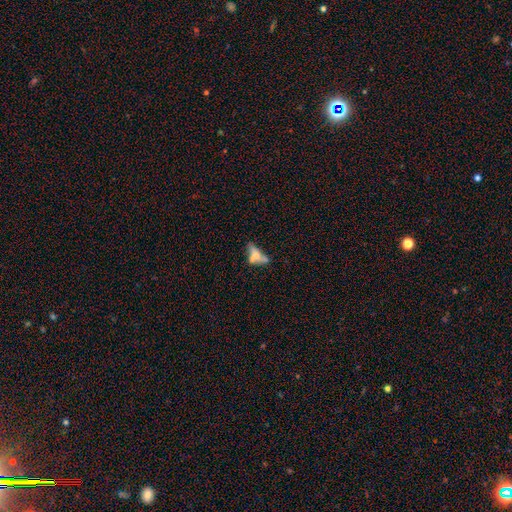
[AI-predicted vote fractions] Overall: smooth (51%; featured or disk 37%). How rounded: in between (68%). Merging: merger (35%; none 28%).